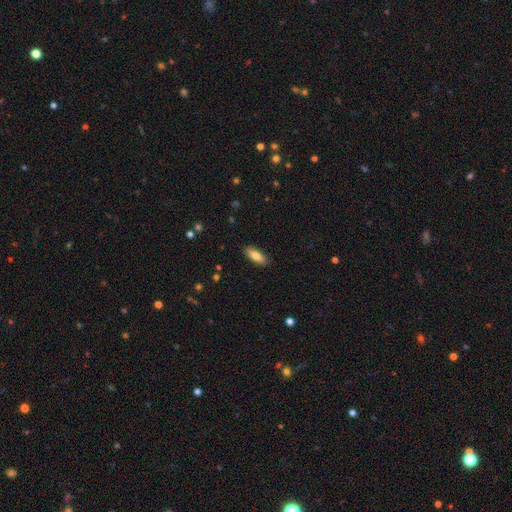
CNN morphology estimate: Smooth or featured? Predicted: smooth (p=0.79). How rounded? Predicted: in between (p=0.73). Merging? Predicted: none (p=0.89).